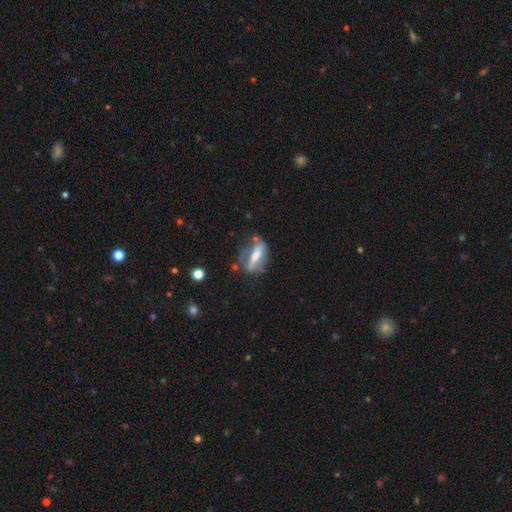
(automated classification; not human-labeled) This appears to be a featured or disk galaxy (54%). Merging: none (50%).